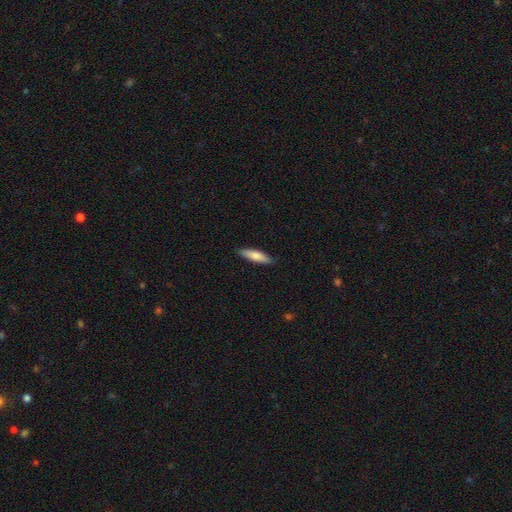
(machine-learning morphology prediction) smooth_or_featured: smooth (p=0.76) [alt: featured or disk p=0.19]
how_rounded: cigar-shaped (p=0.71) [alt: in between p=0.28]
merging: none (p=0.88) [alt: minor disturbance p=0.09]